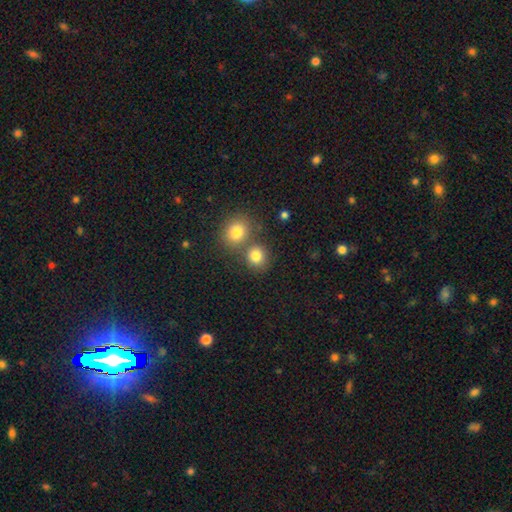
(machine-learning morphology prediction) Smooth or featured? Predicted: smooth (p=0.82). How rounded? Predicted: round (p=0.82). Merging? Predicted: none (p=0.60).